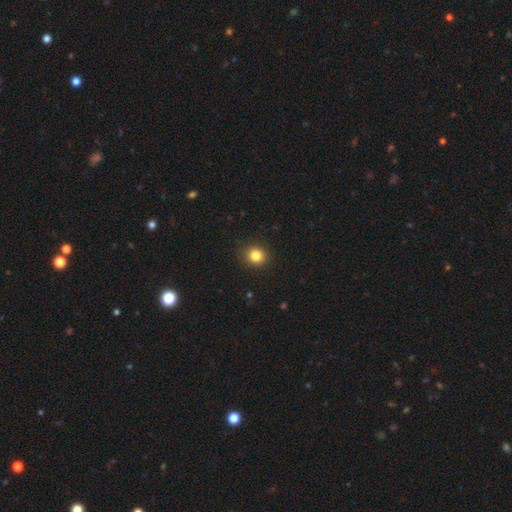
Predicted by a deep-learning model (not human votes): This is clearly a smooth galaxy (84%). How rounded: clearly round (85%). Merging: clearly none (91%).